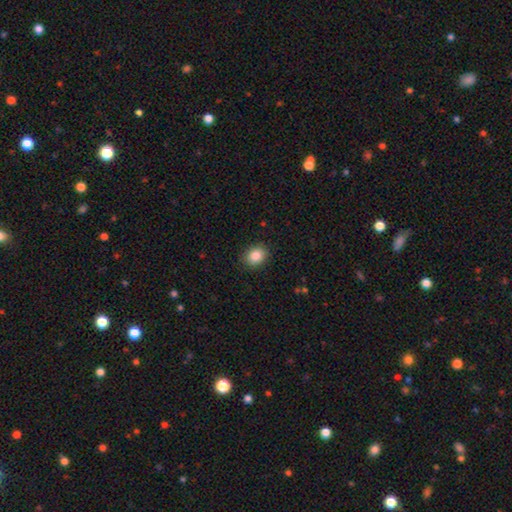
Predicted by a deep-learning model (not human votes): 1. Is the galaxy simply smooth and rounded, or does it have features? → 85% smooth, 9% star or artifact, 6% featured or disk.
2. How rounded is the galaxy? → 52% in between, 47% round, 1% cigar-shaped.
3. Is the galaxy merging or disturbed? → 88% none, 8% minor disturbance, 2% major disturbance, 1% merger.